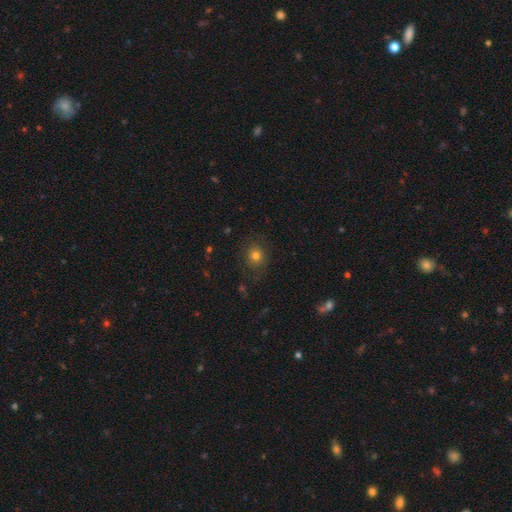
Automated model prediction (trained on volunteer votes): This is likely a smooth galaxy (74%). How rounded: likely round (72%). Merging: likely none (78%).